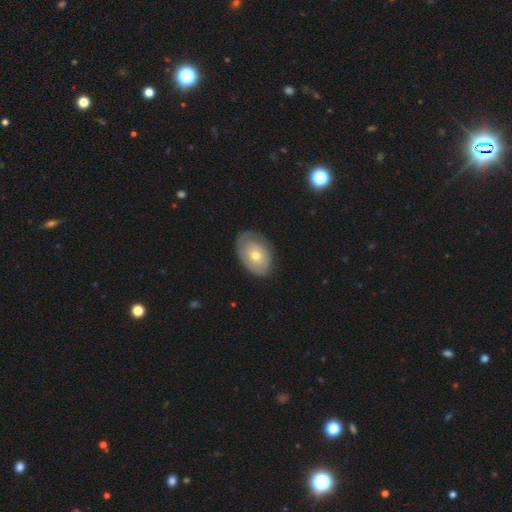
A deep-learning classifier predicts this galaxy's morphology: smooth-or-featured: smooth: 51% | featured or disk: 42% | star or artifact: 7%
  how-rounded: in between: 79% | round: 20% | cigar-shaped: 1%
  merging: none: 69% | minor disturbance: 23% | major disturbance: 7% | merger: 1%